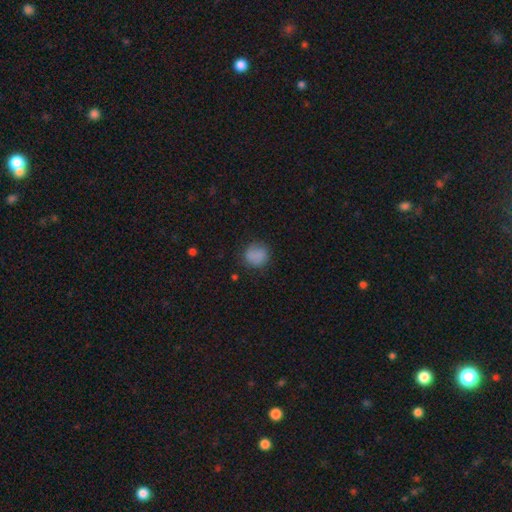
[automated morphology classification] Smooth or featured? smooth (84%)
How rounded? round (83%)
Merging? none (78%)